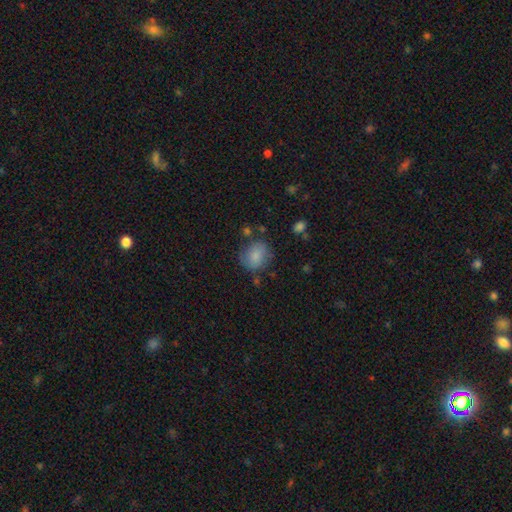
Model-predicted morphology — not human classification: Smooth or featured? smooth (80%)
How rounded? round (66%)
Merging? none (64%)